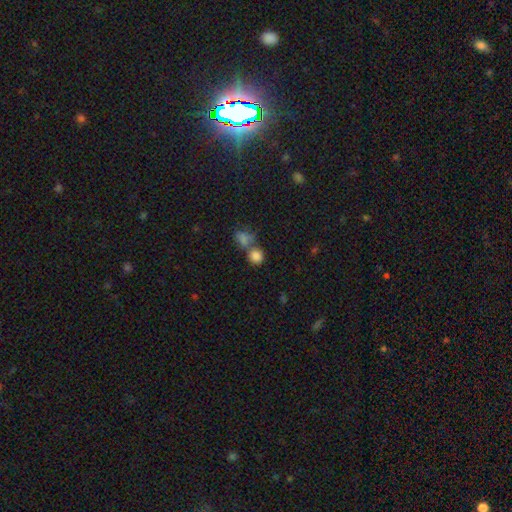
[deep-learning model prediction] Smooth or featured? Predicted: smooth (p=0.83). How rounded? Predicted: round (p=0.80). Merging? Predicted: none (p=0.45).